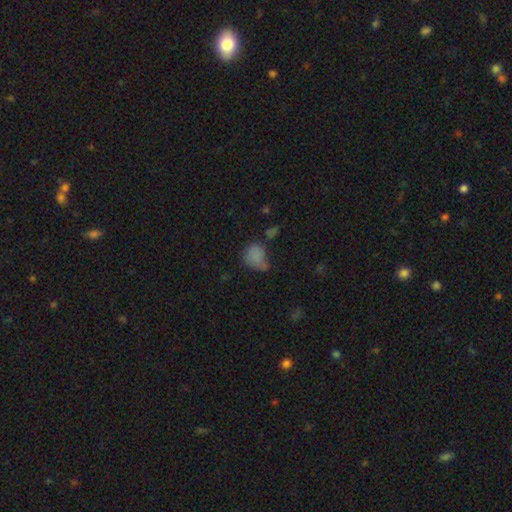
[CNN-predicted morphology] Smooth or featured?
  - smooth: 75% *
  - star or artifact: 14%
  - featured or disk: 11%
How rounded?
  - in between: 64% *
  - round: 34%
  - cigar-shaped: 2%
Merging?
  - none: 34% *
  - minor disturbance: 33%
  - major disturbance: 22%
  - merger: 11%